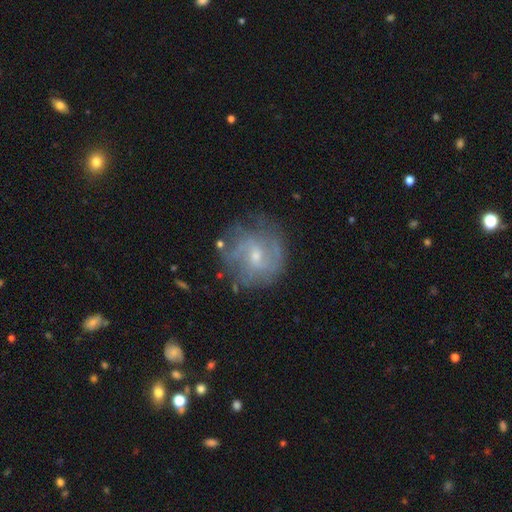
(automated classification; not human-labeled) The model was most divided on "spiral arm count": can't tell: 39%, 2: 38%, 3: 11%, 1: 5%, 4: 4%, more than 4: 3%. Remaining: edge-on disk — no (97%); spiral arms — yes (81%); smooth or featured — featured or disk (69%); merging — none (69%); bulge size — small (56%); bar — weak (52%); spiral winding — medium (41%).